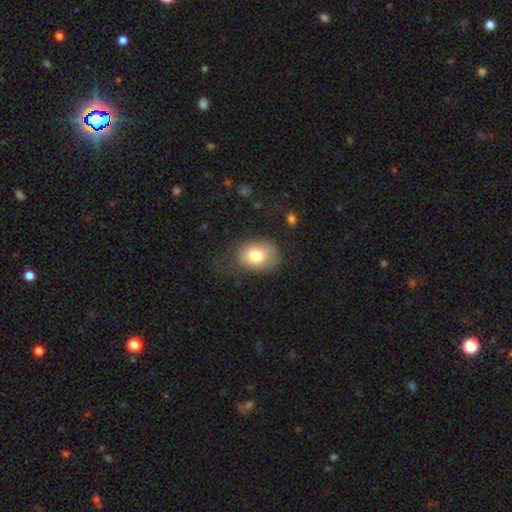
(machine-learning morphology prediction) smooth_or_featured: smooth (p=0.79) [alt: featured or disk p=0.12]
how_rounded: in between (p=0.57) [alt: round p=0.42]
merging: none (p=0.65) [alt: minor disturbance p=0.21]